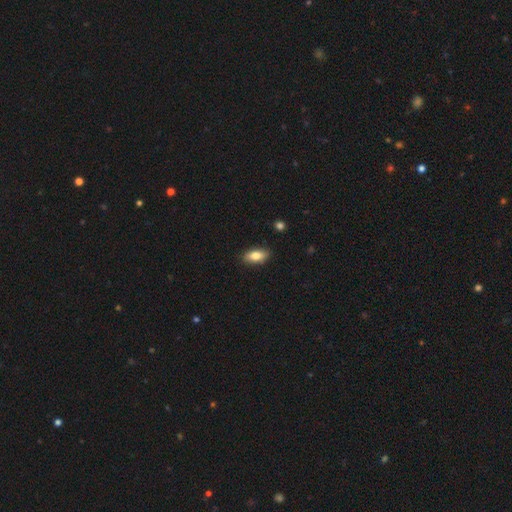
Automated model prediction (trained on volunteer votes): Q: Smooth or featured?
A: smooth (81%); runner-up: featured or disk (12%)
Q: How rounded?
A: in between (88%); runner-up: cigar-shaped (8%)
Q: Merging?
A: none (87%); runner-up: minor disturbance (10%)